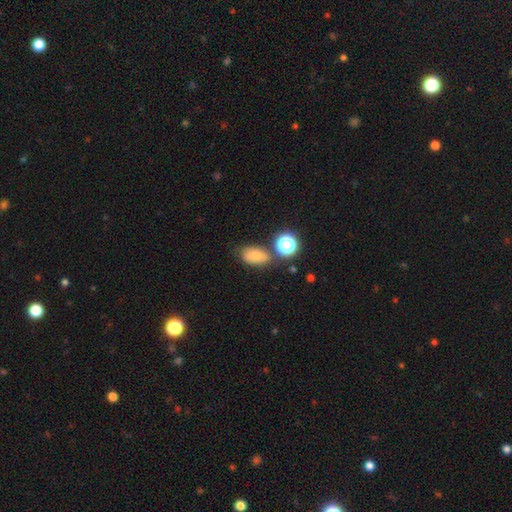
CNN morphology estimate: smooth_or_featured: smooth (p=0.75) [alt: star or artifact p=0.14]
how_rounded: in between (p=0.84) [alt: round p=0.14]
merging: none (p=0.66) [alt: minor disturbance p=0.19]